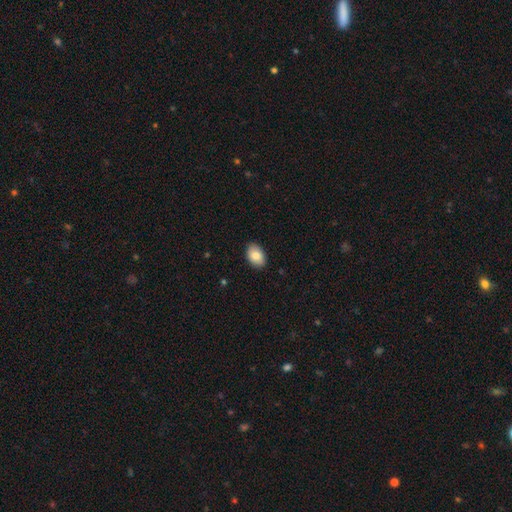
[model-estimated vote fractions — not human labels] This is clearly a smooth galaxy (84%). How rounded: clearly in between (87%). Merging: clearly none (88%).